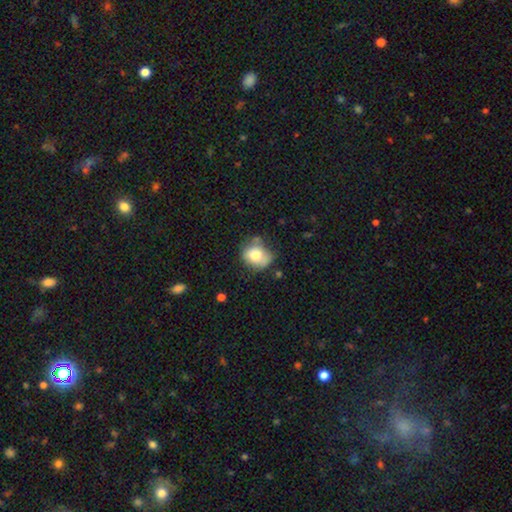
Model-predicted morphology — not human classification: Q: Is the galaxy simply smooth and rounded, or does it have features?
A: smooth — 74%.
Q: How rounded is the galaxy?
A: round — 64%.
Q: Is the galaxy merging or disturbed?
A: none — 52%.